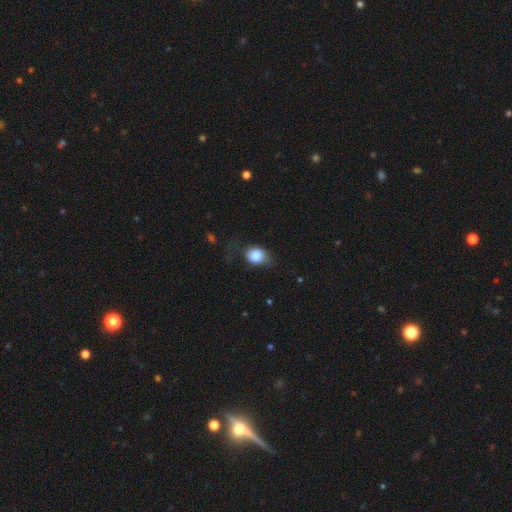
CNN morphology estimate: Overall: smooth (82%). How rounded: round (51%; in between 47%). Merging: none (43%; minor disturbance 31%).